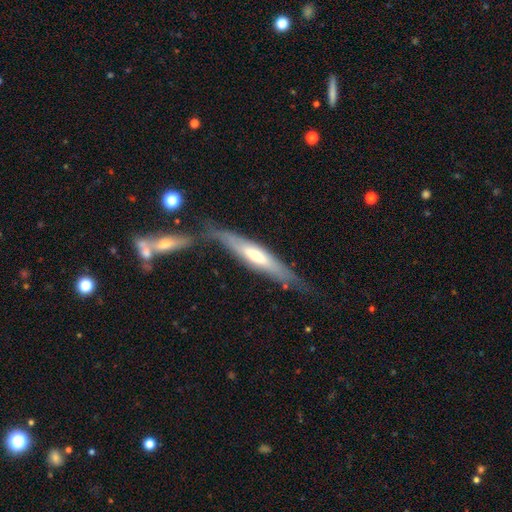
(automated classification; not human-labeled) Overall: featured or disk (58%; smooth 36%). Edge-on disk: yes (79%). Merging: none (58%; minor disturbance 19%).